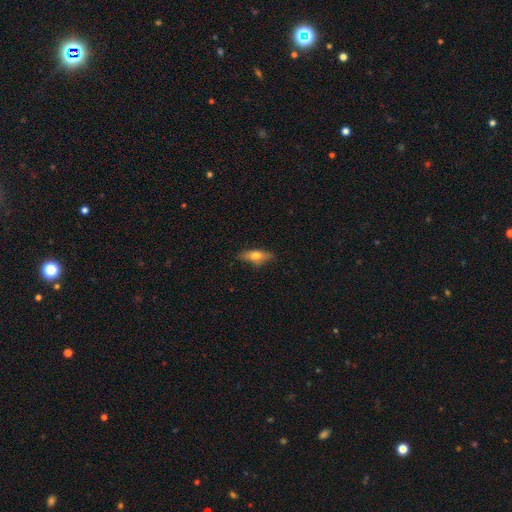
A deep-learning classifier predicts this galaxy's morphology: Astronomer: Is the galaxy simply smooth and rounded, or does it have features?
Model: smooth — 60%.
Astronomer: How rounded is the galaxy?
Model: in between — 58% (runner-up: cigar-shaped, 39%).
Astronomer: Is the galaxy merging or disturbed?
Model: none — 79%.